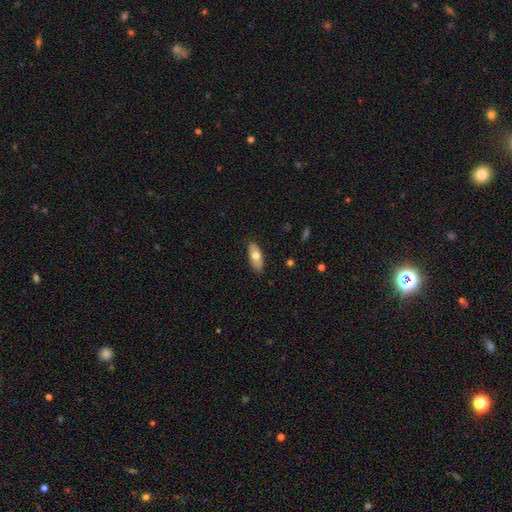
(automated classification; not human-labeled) The model was most divided on "smooth or featured": smooth: 69%, featured or disk: 25%, star or artifact: 6%. More confident: how rounded — in between (86%); merging — none (85%).